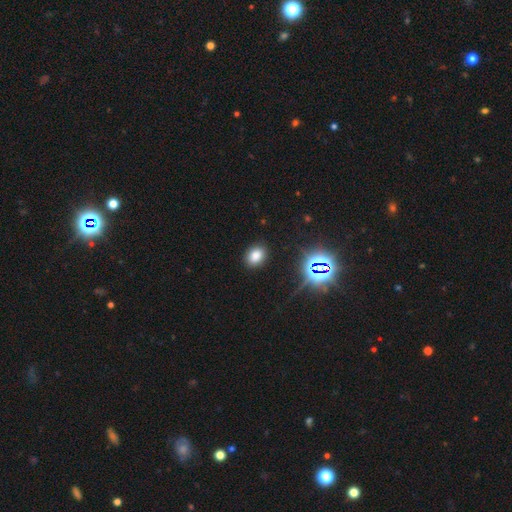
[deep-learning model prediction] Smooth or featured?
  - smooth: 76% *
  - star or artifact: 18%
  - featured or disk: 6%
How rounded?
  - in between: 69% *
  - round: 29%
  - cigar-shaped: 1%
Merging?
  - none: 87% *
  - minor disturbance: 9%
  - major disturbance: 3%
  - merger: 1%